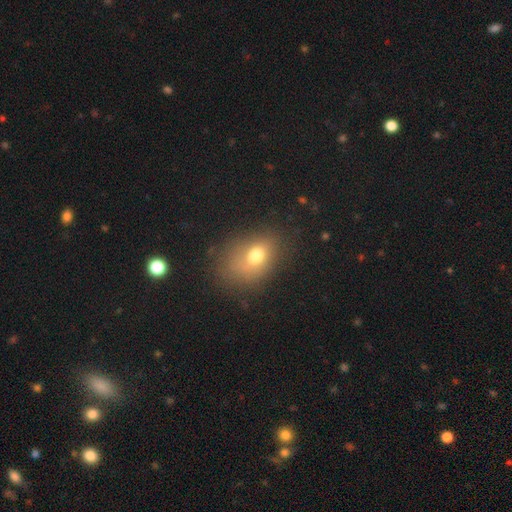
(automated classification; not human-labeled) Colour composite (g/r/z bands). It shows a smooth galaxy with no disk features (71%) that is in between round and cigar-shaped (72%). Merging: none (60%).